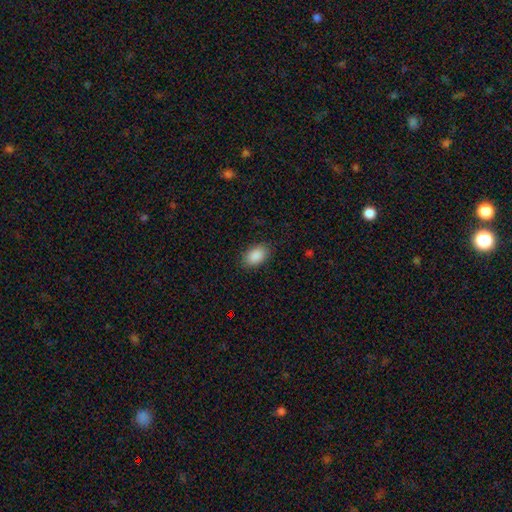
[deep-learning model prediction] Morphology: type=smooth (89%); roundness=in between (89%); merging=none (86%).